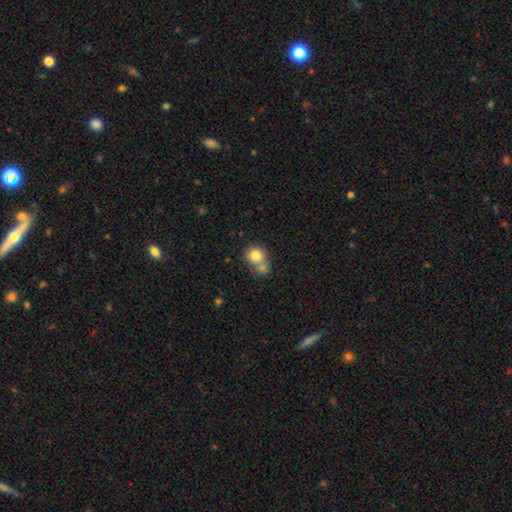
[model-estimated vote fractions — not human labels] Smooth or featured?
  - smooth: 78% *
  - featured or disk: 13%
  - star or artifact: 9%
How rounded?
  - round: 77% *
  - in between: 22%
  - cigar-shaped: 1%
Merging?
  - merger: 56% *
  - none: 31%
  - minor disturbance: 9%
  - major disturbance: 4%